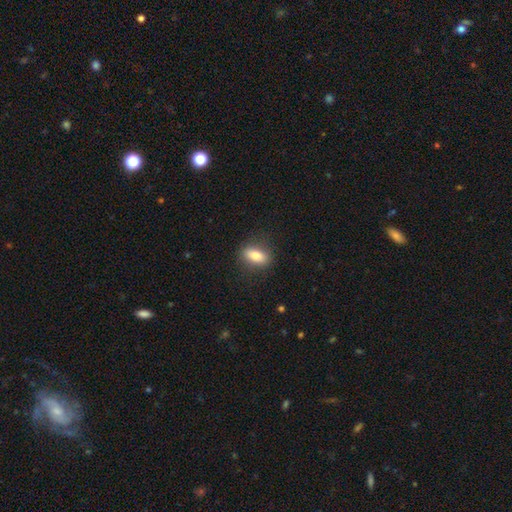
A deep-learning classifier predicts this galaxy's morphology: Q: Smooth or featured?
A: smooth (78%); runner-up: featured or disk (14%)
Q: How rounded?
A: in between (79%); runner-up: cigar-shaped (10%)
Q: Merging?
A: none (84%); runner-up: minor disturbance (11%)